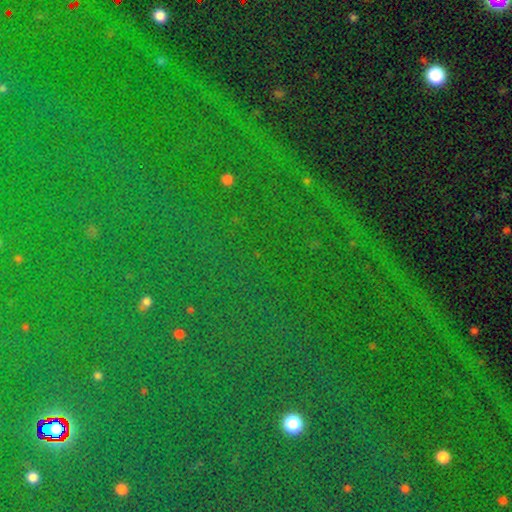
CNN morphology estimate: Smooth or featured: star or artifact — 86% (smooth — 7%)